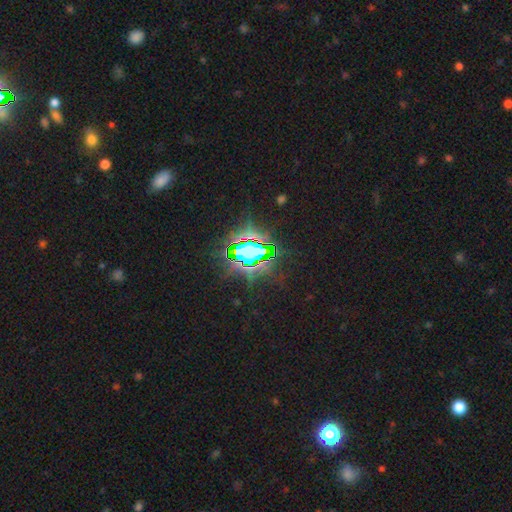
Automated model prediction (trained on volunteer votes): A star or artifact, not a galaxy (76%).